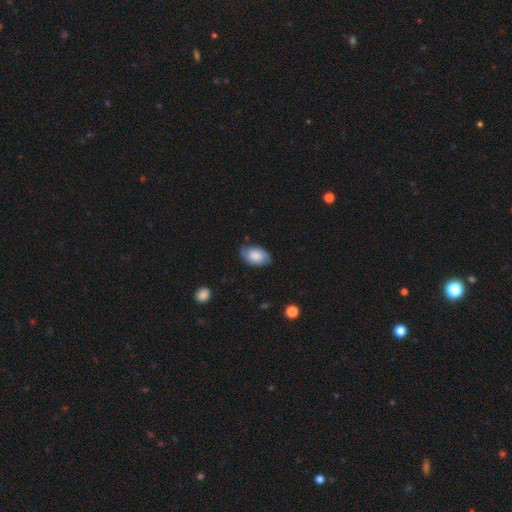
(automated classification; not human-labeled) Smooth or featured? Predicted: smooth (p=0.66). How rounded? Predicted: in between (p=0.91). Merging? Predicted: none (p=0.71).